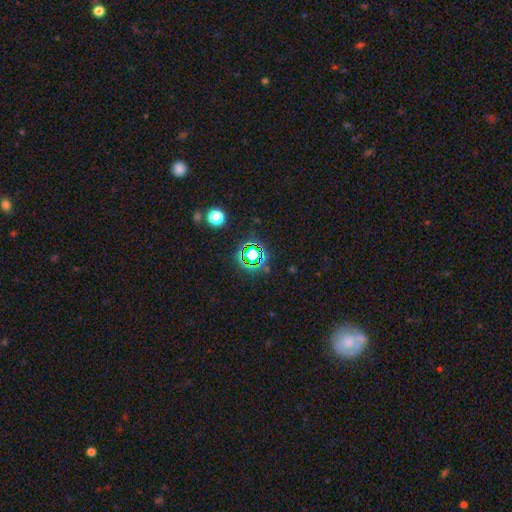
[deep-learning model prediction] star or artifact 72%, smooth 18%, featured or disk 9%.